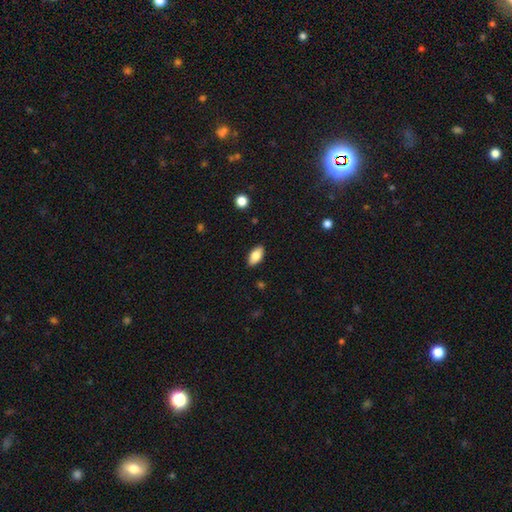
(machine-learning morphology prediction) This appears to be a smooth galaxy with no disk features (80%) that is in between round and cigar-shaped (91%). Merging: none (89%).